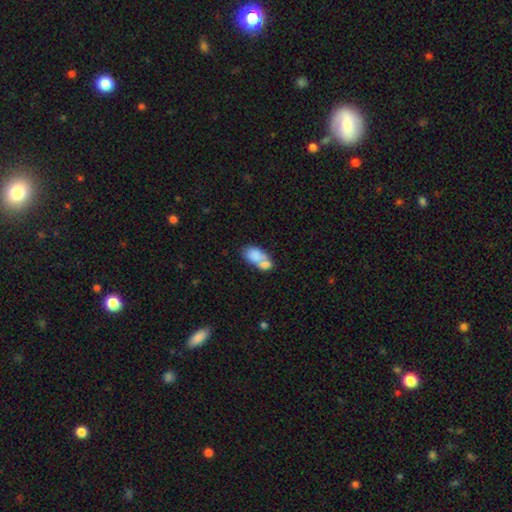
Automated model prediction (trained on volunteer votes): This appears to be a smooth galaxy with no disk features (75%) that is in between round and cigar-shaped (89%). Merging: merger (55%).